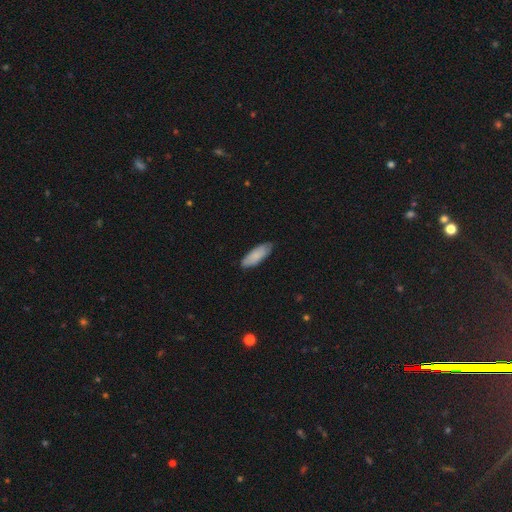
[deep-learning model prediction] Smooth or featured? Predicted: smooth (p=0.83). How rounded? Predicted: in between (p=0.67). Merging? Predicted: none (p=0.79).